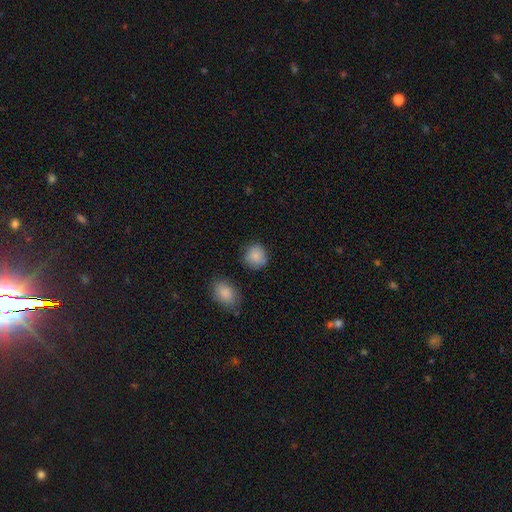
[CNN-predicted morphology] Q: Smooth or featured?
A: smooth (85%); runner-up: star or artifact (8%)
Q: How rounded?
A: round (83%); runner-up: in between (16%)
Q: Merging?
A: none (77%); runner-up: minor disturbance (15%)